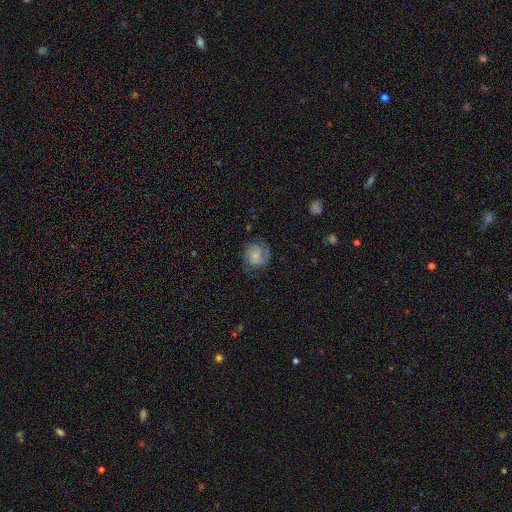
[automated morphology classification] type=smooth (55%); roundness=round (82%); merging=none (62%).